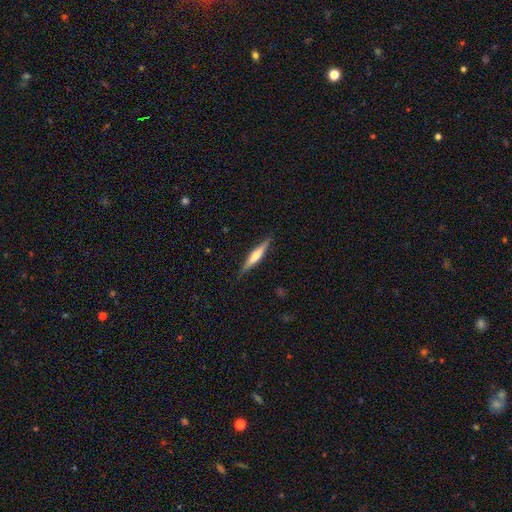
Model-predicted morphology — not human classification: The model was most divided on "smooth or featured": featured or disk: 57%, smooth: 38%, star or artifact: 6%. More confident: edge-on disk — yes (97%); merging — none (88%); edge-on bulge — rounded (74%).